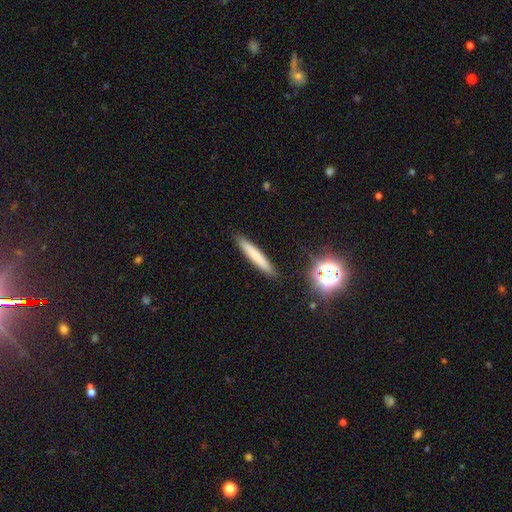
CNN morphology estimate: Q: Smooth or featured?
A: smooth (73%); runner-up: featured or disk (18%)
Q: How rounded?
A: cigar-shaped (94%); runner-up: in between (4%)
Q: Merging?
A: none (91%); runner-up: minor disturbance (6%)